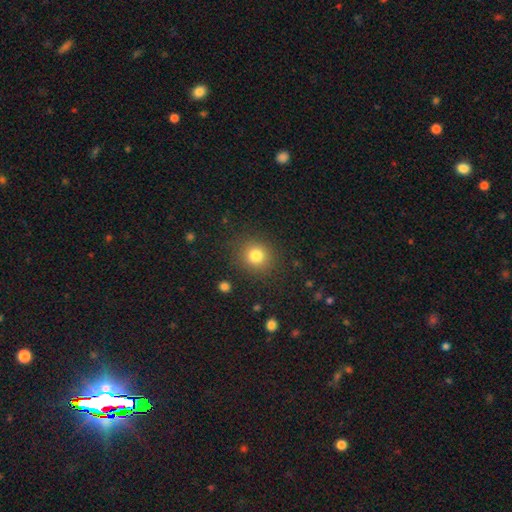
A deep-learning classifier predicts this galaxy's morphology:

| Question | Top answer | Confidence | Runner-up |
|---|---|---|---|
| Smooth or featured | smooth | 80% | star or artifact (12%) |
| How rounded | round | 86% | in between (13%) |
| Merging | none | 87% | minor disturbance (8%) |